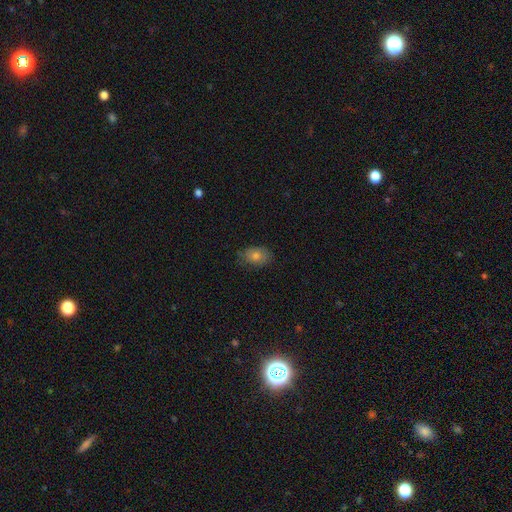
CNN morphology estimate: type=smooth (71%); roundness=in between (77%); merging=none (76%).